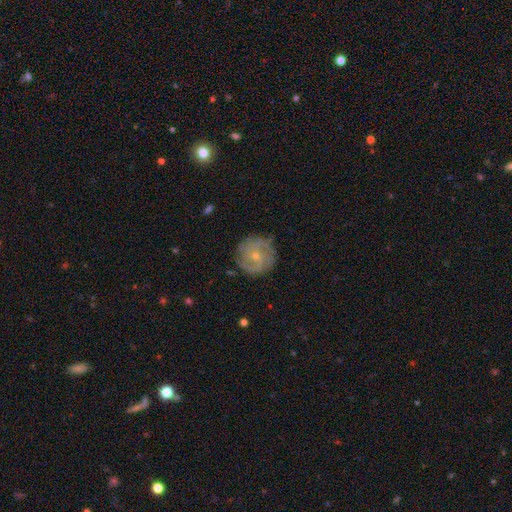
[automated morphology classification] smooth-or-featured: featured or disk: 72% | smooth: 21% | star or artifact: 7%
  disk-edge-on: no: 97% | yes: 3%
    bar: no: 74% | weak: 22% | strong: 4%
    has-spiral-arms: yes: 88% | no: 12%
      spiral-winding: tight: 55% | medium: 33% | loose: 11%
      spiral-arm-count: can't tell: 33% | 3: 23% | 2: 21% | 4: 11% | 1: 6% | more than 4: 6%
    bulge-size: small: 71% | moderate: 26% | none: 2% | large: 1% | dominant: 1%
  merging: none: 81% | minor disturbance: 13% | major disturbance: 4% | merger: 1%